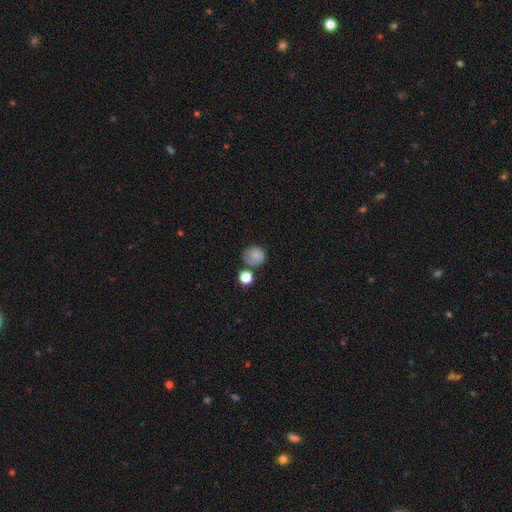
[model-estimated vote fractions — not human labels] Smooth or featured?
  - smooth: 79% *
  - featured or disk: 11%
  - star or artifact: 10%
How rounded?
  - round: 84% *
  - in between: 15%
  - cigar-shaped: 1%
Merging?
  - none: 62% *
  - minor disturbance: 19%
  - merger: 13%
  - major disturbance: 6%